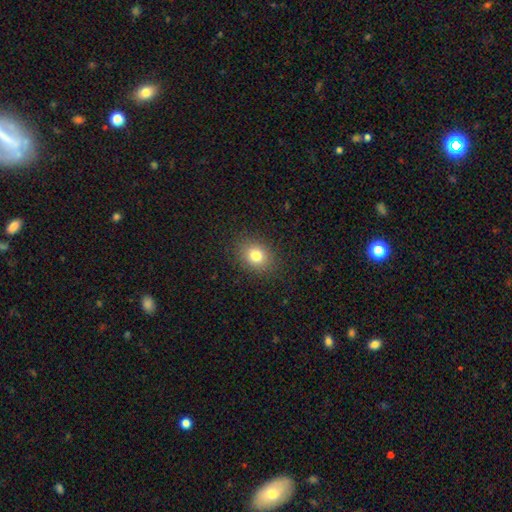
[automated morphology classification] This is likely a smooth galaxy (80%). How rounded: possibly round (53%). Merging: clearly none (88%).